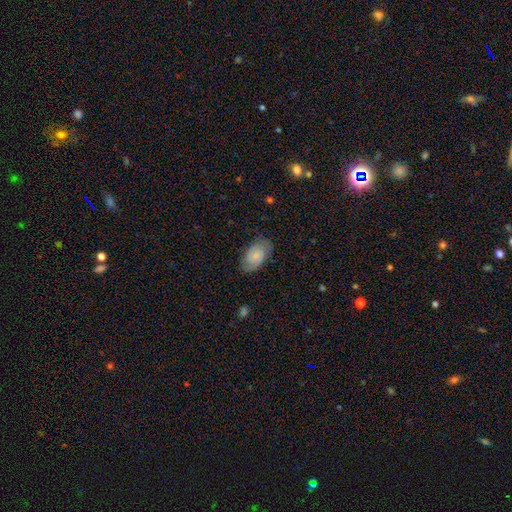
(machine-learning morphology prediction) A smooth galaxy with no disk features (68%) that is in between round and cigar-shaped (91%). Merging: none (71%).